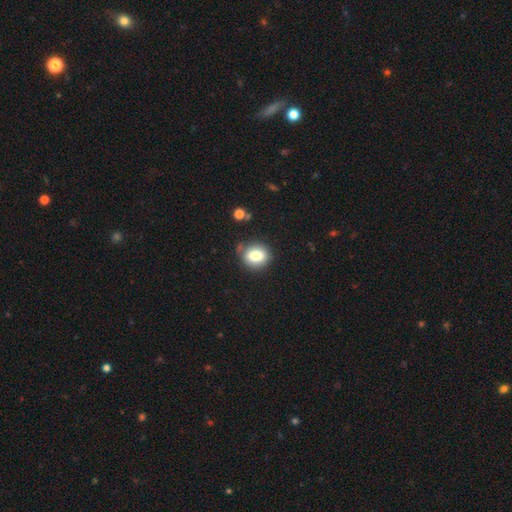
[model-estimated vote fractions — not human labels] A smooth galaxy with no disk features (77%) that is round (61%).

Vote fractions:
- Smooth or featured? smooth: 77% / featured or disk: 13% / star or artifact: 10%
- How rounded? round: 61% / in between: 38% / cigar-shaped: 1%
- Merging? none: 78% / minor disturbance: 14% / merger: 4% / major disturbance: 4%